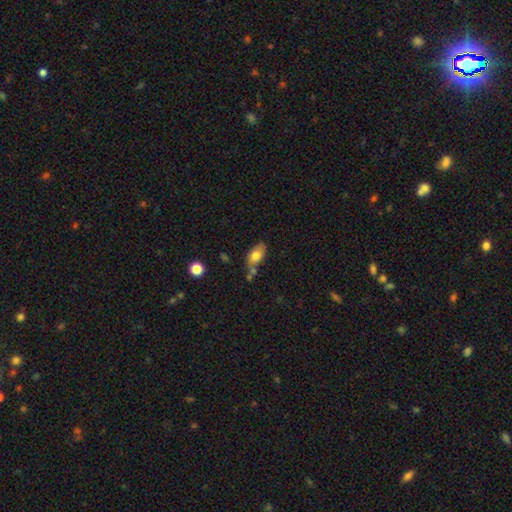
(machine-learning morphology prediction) type=smooth (75%); roundness=in between (89%); merging=none (56%).